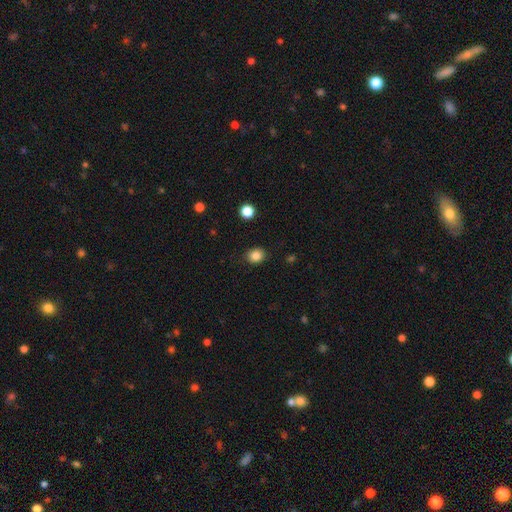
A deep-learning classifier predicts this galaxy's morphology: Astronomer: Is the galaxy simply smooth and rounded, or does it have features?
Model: smooth — 84%.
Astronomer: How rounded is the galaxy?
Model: round — 63%.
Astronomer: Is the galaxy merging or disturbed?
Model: none — 87%.